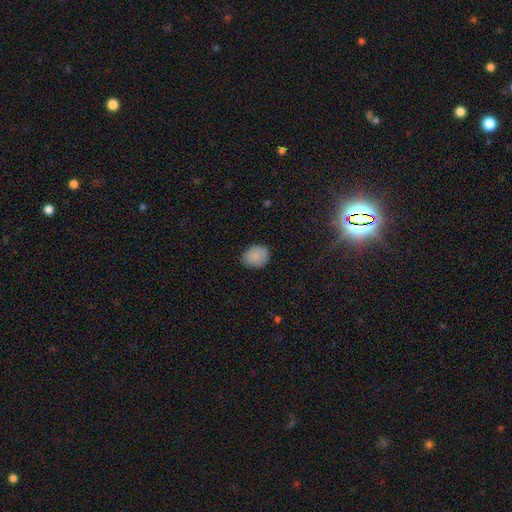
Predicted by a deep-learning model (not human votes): Overall: smooth (86%). How rounded: in between (53%; round 46%). Merging: none (79%).